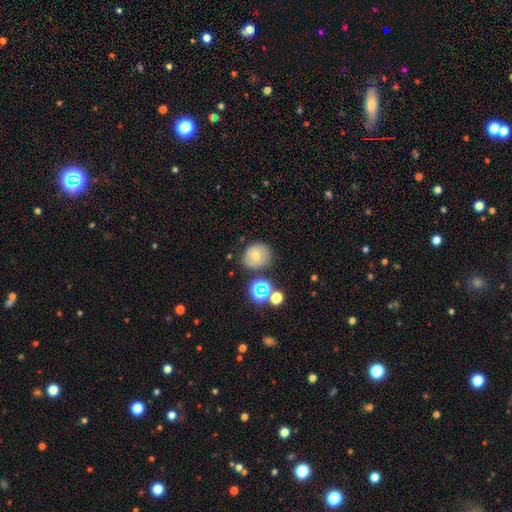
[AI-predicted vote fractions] Q: Smooth or featured?
A: smooth (46%); runner-up: featured or disk (28%)
Q: Merging?
A: none (78%); runner-up: minor disturbance (12%)